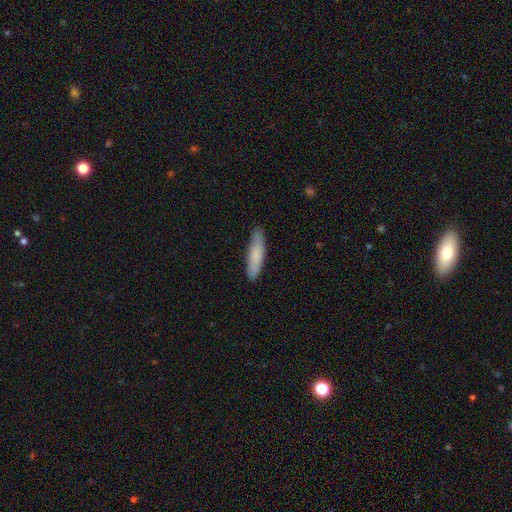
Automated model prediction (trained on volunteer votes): Smooth or featured?
  - smooth: 78% *
  - featured or disk: 16%
  - star or artifact: 6%
How rounded?
  - cigar-shaped: 78% *
  - in between: 20%
  - round: 1%
Merging?
  - none: 85% *
  - minor disturbance: 12%
  - major disturbance: 2%
  - merger: 1%